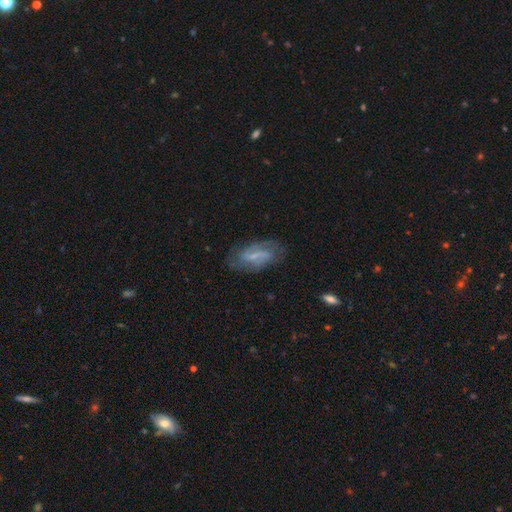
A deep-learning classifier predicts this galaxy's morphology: Overall: featured or disk (70%). Edge-on disk: no (94%). Bar: weak (51%; strong 30%). Spiral arms: yes (87%). Spiral arm count: 2 (71%). Spiral winding: medium (44%; loose 29%). Bulge size: small (52%; none 26%). Merging: none (72%).